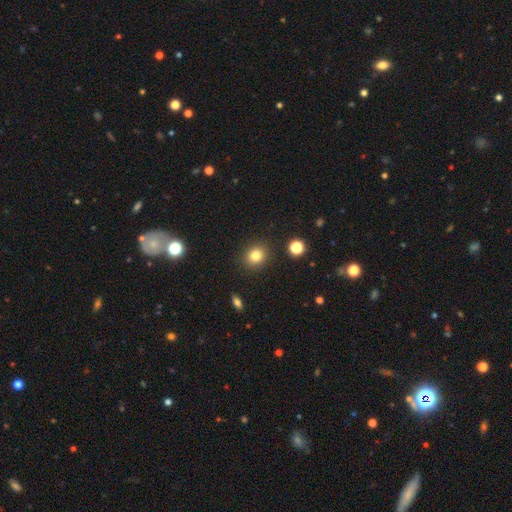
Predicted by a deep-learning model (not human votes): Smooth or featured: smooth — 81% (star or artifact — 12%)
How rounded: round — 77% (in between — 22%)
Merging: none — 89% (minor disturbance — 7%)